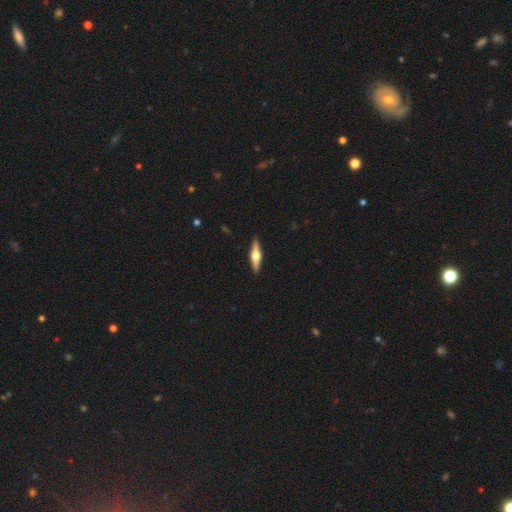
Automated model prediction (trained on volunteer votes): Q: Smooth or featured?
A: featured or disk (66%); runner-up: smooth (29%)
Q: Edge-on disk?
A: yes (97%); runner-up: no (3%)
Q: Edge-on bulge?
A: rounded (94%); runner-up: boxy (4%)
Q: Merging?
A: none (91%); runner-up: minor disturbance (6%)